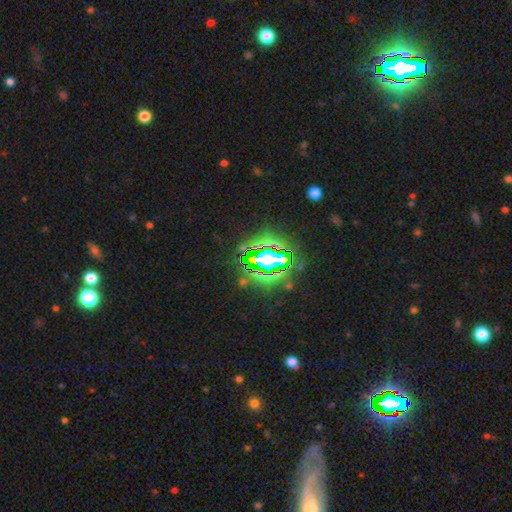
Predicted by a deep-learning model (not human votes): This is clearly a star or artifact rather than a galaxy (82%).